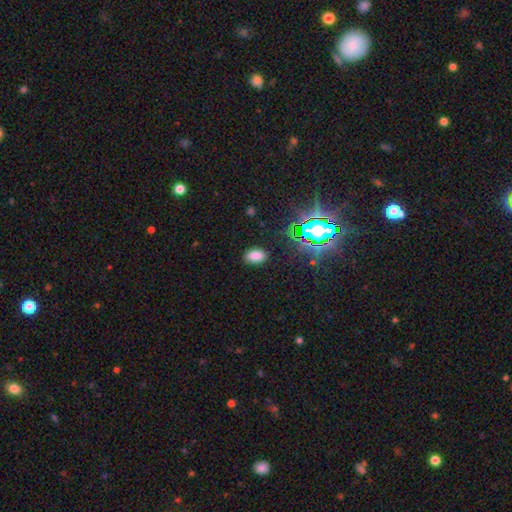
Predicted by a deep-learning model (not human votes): Q: Smooth or featured?
A: smooth (76%); runner-up: star or artifact (18%)
Q: How rounded?
A: in between (88%); runner-up: round (10%)
Q: Merging?
A: none (86%); runner-up: minor disturbance (9%)